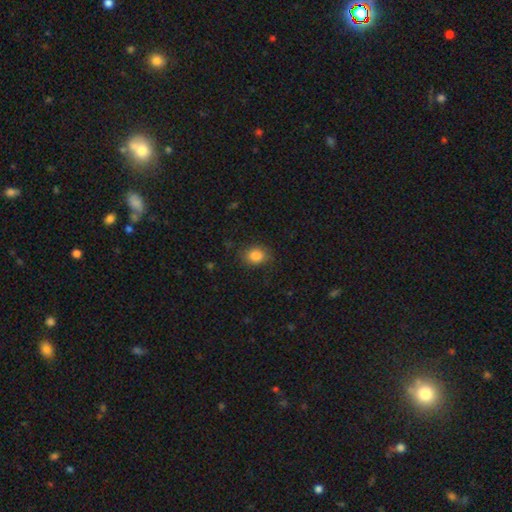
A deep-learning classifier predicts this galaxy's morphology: Smooth or featured?
  - smooth: 85% *
  - star or artifact: 10%
  - featured or disk: 5%
How rounded?
  - round: 54% *
  - in between: 45%
  - cigar-shaped: 1%
Merging?
  - none: 79% *
  - minor disturbance: 15%
  - major disturbance: 5%
  - merger: 1%